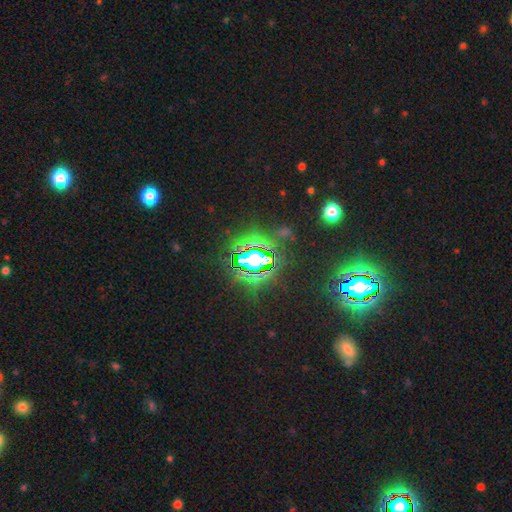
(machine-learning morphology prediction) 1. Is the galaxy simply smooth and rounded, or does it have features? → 84% star or artifact, 10% smooth, 7% featured or disk.